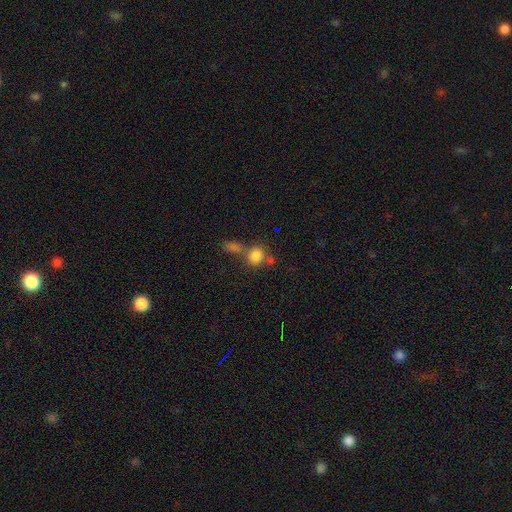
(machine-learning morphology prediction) smooth 81%, star or artifact 11%, featured or disk 8%. Down the decision tree: how rounded — round (73%); merging — none (46%).